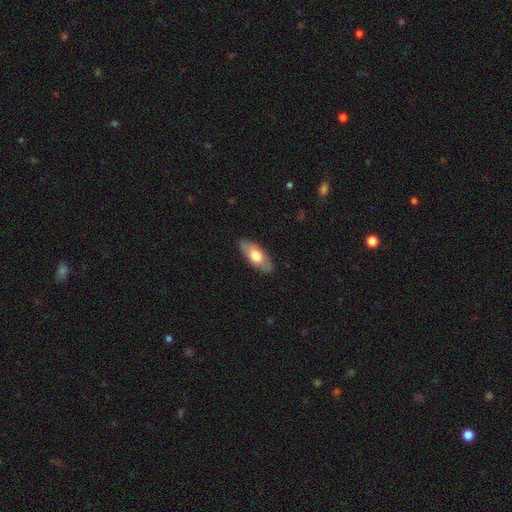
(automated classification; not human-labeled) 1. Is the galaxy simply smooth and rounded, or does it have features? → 64% smooth, 30% featured or disk, 5% star or artifact.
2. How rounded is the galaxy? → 84% in between, 14% cigar-shaped, 3% round.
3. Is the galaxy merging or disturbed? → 86% none, 11% minor disturbance, 2% major disturbance, 1% merger.